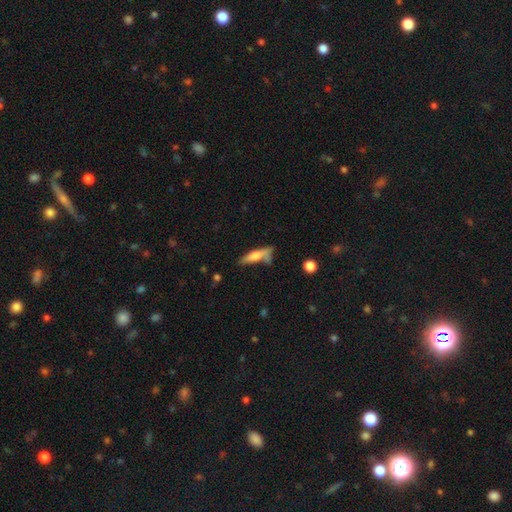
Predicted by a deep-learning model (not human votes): Q: Smooth or featured?
A: smooth (63%); runner-up: featured or disk (30%)
Q: How rounded?
A: cigar-shaped (73%); runner-up: in between (25%)
Q: Merging?
A: none (53%); runner-up: minor disturbance (22%)